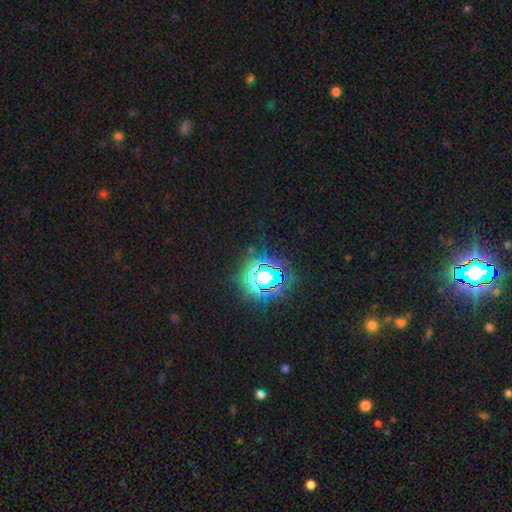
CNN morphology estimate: type=star or artifact (83%).